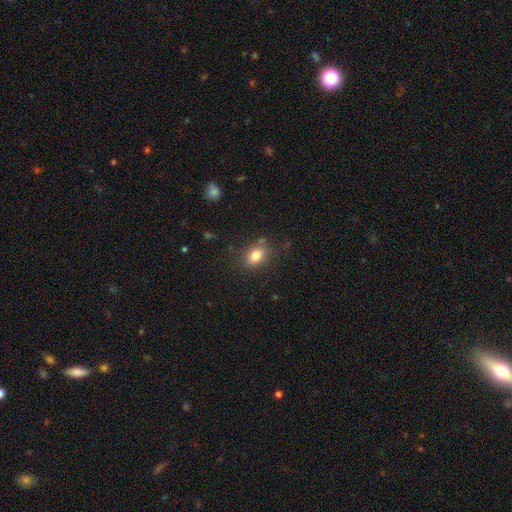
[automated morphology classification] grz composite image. It shows a smooth galaxy with no disk features (82%) that is in between round and cigar-shaped (75%). Merging: none (79%).